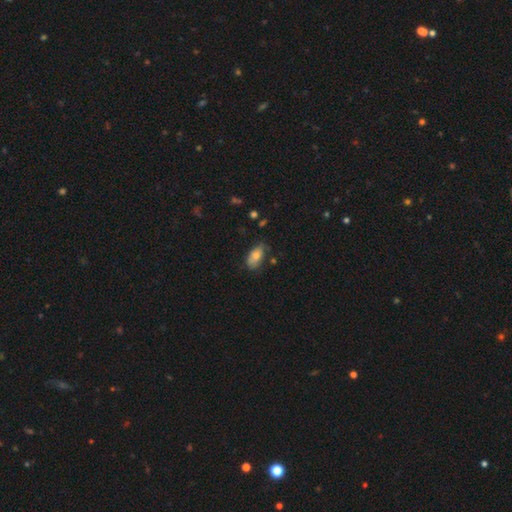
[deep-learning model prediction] smooth_or_featured: smooth (p=0.74) [alt: featured or disk p=0.19]
how_rounded: in between (p=0.90) [alt: cigar-shaped p=0.05]
merging: none (p=0.60) [alt: minor disturbance p=0.30]